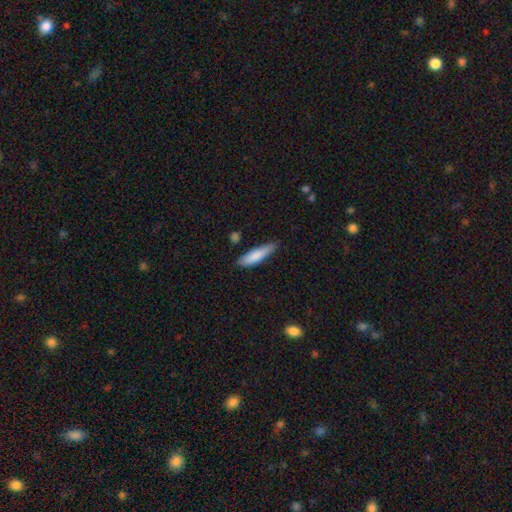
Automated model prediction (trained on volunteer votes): This appears to be a smooth galaxy with no disk features (80%) that is cigar-shaped (70%). Merging: none (77%).